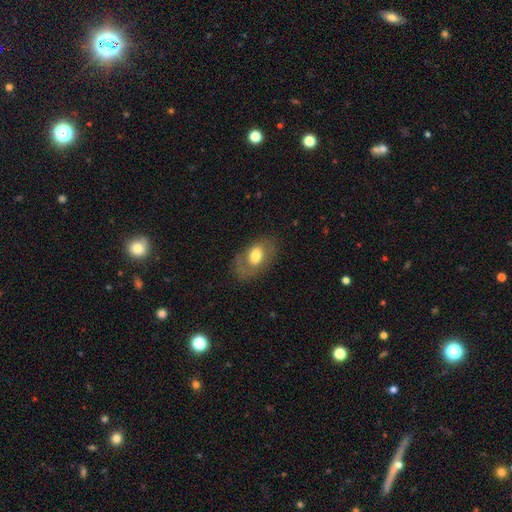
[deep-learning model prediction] This appears to be a smooth galaxy with no disk features (65%) that is in between round and cigar-shaped (87%). Merging: none (73%).